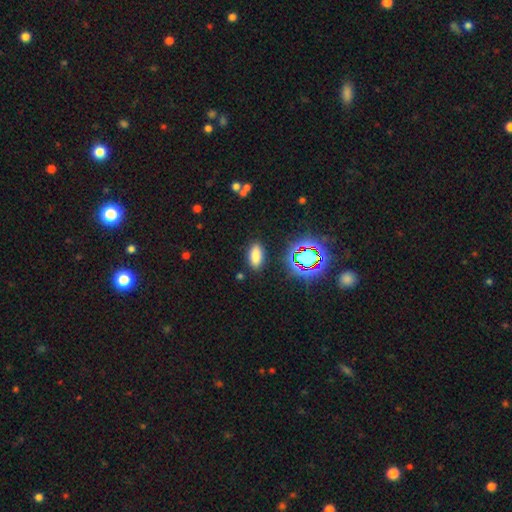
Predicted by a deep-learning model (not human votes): A smooth galaxy with no disk features (76%) that is in between round and cigar-shaped (89%). Merging: none (87%).